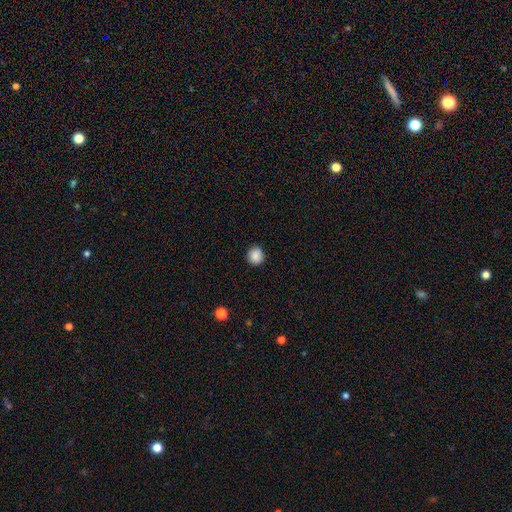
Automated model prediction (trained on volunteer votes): A smooth galaxy with no disk features (87%) that is round (90%). Merging: none (89%).